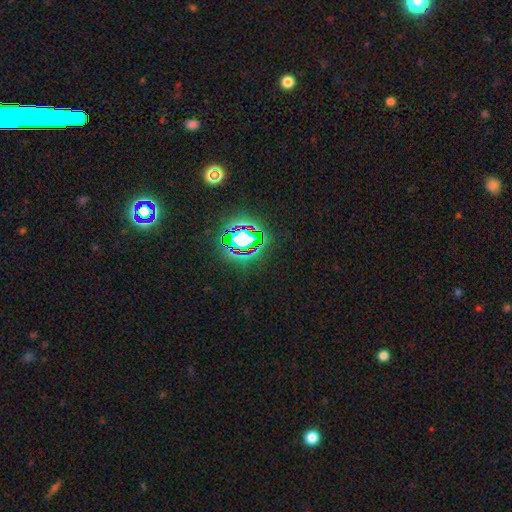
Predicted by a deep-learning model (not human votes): A star or artifact, not a galaxy (79%).

Vote fractions:
- Smooth or featured? star or artifact: 79% / smooth: 13% / featured or disk: 8%